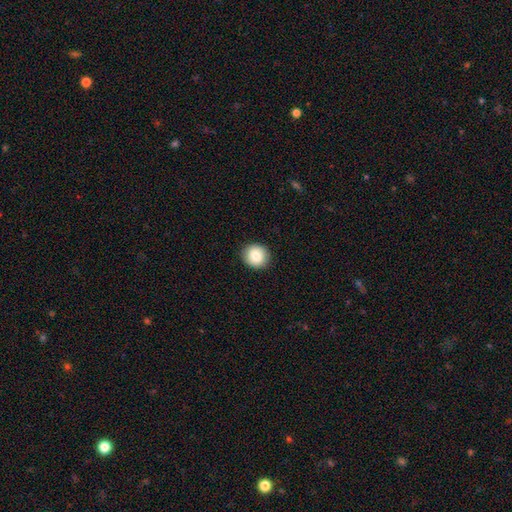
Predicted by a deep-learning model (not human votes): smooth-or-featured: smooth: 83% | featured or disk: 9% | star or artifact: 8%
  how-rounded: round: 88% | in between: 11% | cigar-shaped: 1%
  merging: none: 90% | minor disturbance: 7% | major disturbance: 2% | merger: 1%